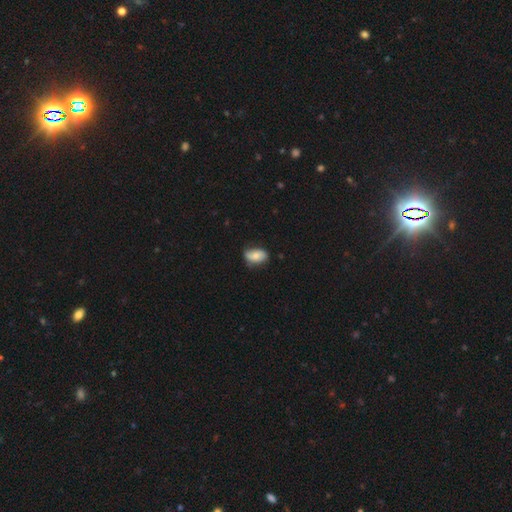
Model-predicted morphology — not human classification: Smooth or featured?
  - smooth: 70% *
  - featured or disk: 23%
  - star or artifact: 7%
How rounded?
  - in between: 89% *
  - round: 9%
  - cigar-shaped: 2%
Merging?
  - none: 64% *
  - minor disturbance: 29%
  - major disturbance: 6%
  - merger: 2%